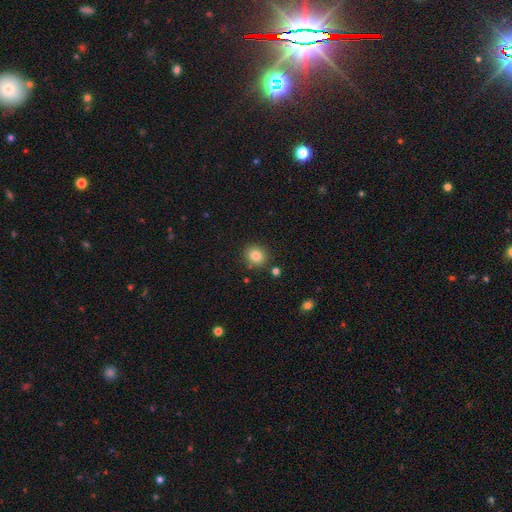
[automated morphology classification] A smooth galaxy with no disk features (83%) that is round (79%). Merging: none (85%).